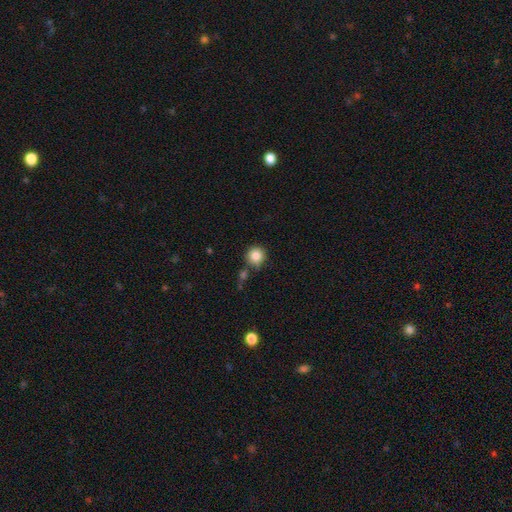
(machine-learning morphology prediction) Overall: smooth (85%). How rounded: round (93%). Merging: none (74%).